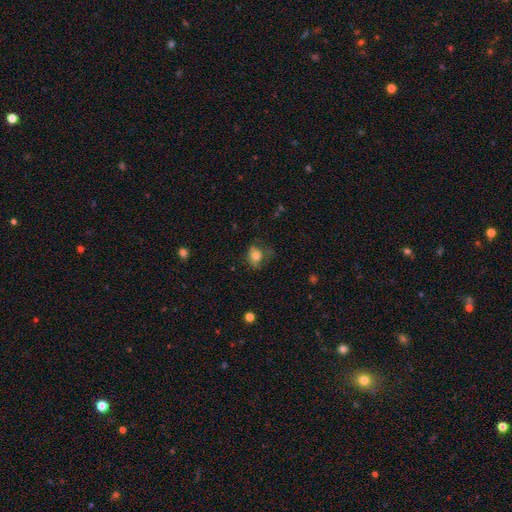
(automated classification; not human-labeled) This appears to be a smooth galaxy with no disk features (74%) that is in between round and cigar-shaped (60%). Merging: none (49%).